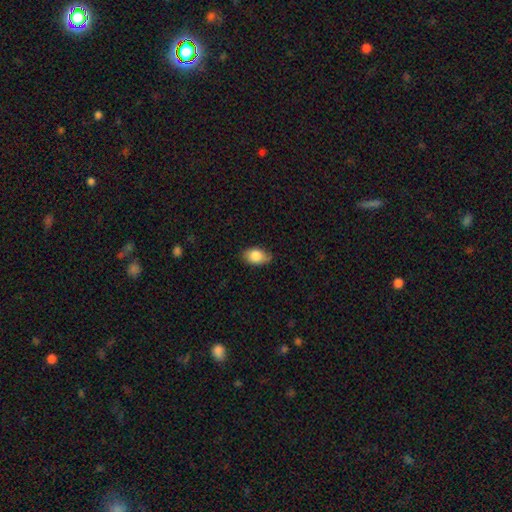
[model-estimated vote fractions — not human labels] smooth_or_featured: smooth (p=0.84) [alt: featured or disk p=0.09]
how_rounded: in between (p=0.86) [alt: round p=0.13]
merging: none (p=0.73) [alt: minor disturbance p=0.22]